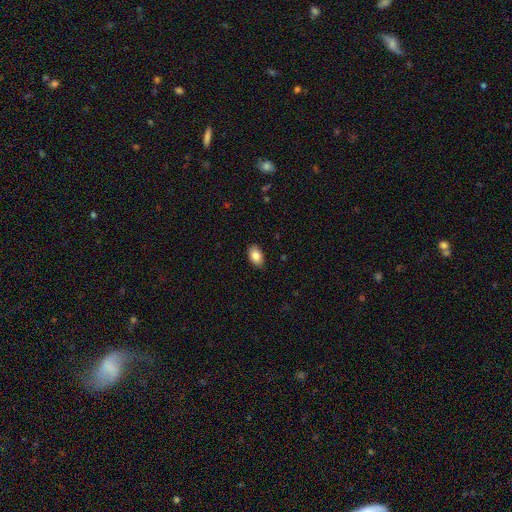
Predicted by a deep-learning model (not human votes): smooth 84%, featured or disk 8%, star or artifact 7%. Down the decision tree: how rounded — in between (90%); merging — none (87%).